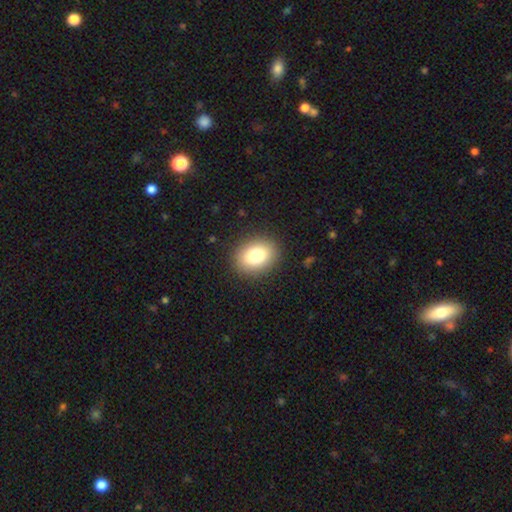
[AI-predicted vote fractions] smooth-or-featured: smooth: 82% | star or artifact: 9% | featured or disk: 9%
  how-rounded: in between: 61% | round: 38% | cigar-shaped: 1%
  merging: none: 89% | minor disturbance: 8% | major disturbance: 3% | merger: 1%